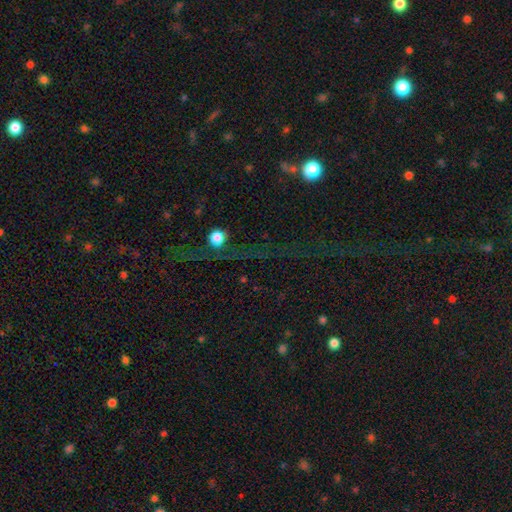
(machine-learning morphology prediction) smooth-or-featured: star or artifact: 69% | smooth: 18% | featured or disk: 14%